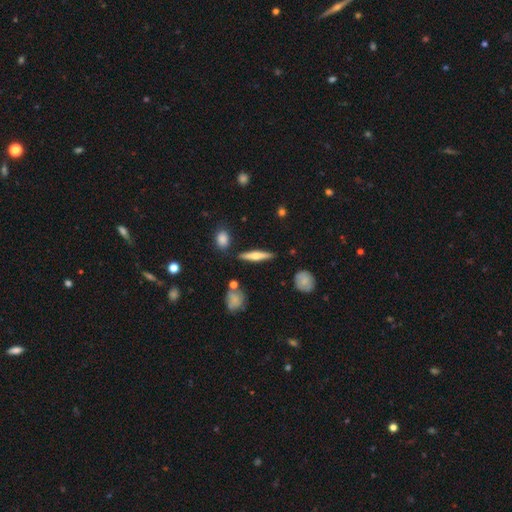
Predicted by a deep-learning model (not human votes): A featured or disk galaxy (56%) viewed edge-on (96%) with a rounded central bulge (90%).

Vote fractions:
- Smooth or featured? featured or disk: 56% / smooth: 38% / star or artifact: 7%
- Edge-on disk? yes: 96% / no: 4%
- Edge-on bulge? rounded: 90% / none: 5% / boxy: 5%
- Merging? none: 86% / minor disturbance: 9% / merger: 3% / major disturbance: 2%